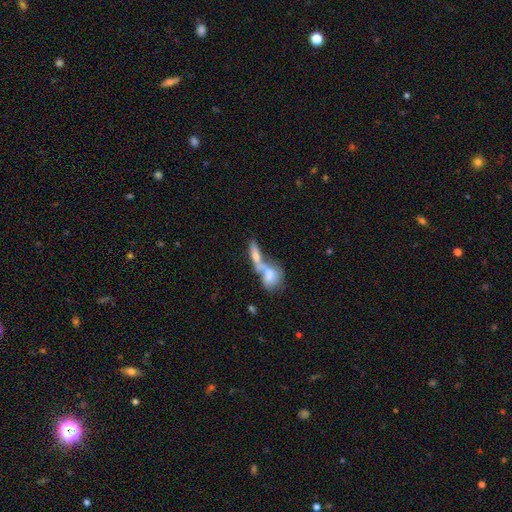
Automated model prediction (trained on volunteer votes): A smooth galaxy with no disk features (57%) that is in between round and cigar-shaped (49%).

Vote fractions:
- Smooth or featured? smooth: 57% / featured or disk: 35% / star or artifact: 8%
- How rounded? in between: 49% / cigar-shaped: 43% / round: 8%
- Merging? merger: 64% / none: 23% / minor disturbance: 7% / major disturbance: 6%